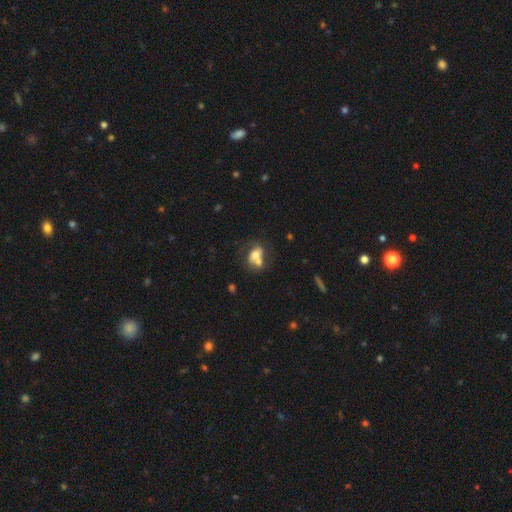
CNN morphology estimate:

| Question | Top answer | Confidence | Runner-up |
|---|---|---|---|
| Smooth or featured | smooth | 61% | featured or disk (29%) |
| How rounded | in between | 65% | round (32%) |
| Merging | merger | 57% | none (25%) |